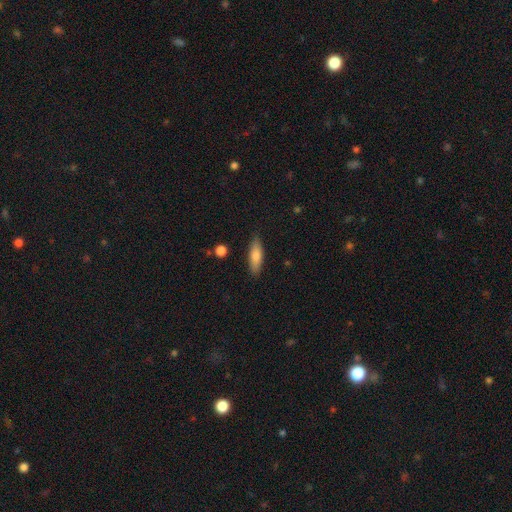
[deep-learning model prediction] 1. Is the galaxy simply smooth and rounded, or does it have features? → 74% smooth, 20% featured or disk, 6% star or artifact.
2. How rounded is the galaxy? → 58% cigar-shaped, 40% in between, 2% round.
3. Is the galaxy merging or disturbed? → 86% none, 10% minor disturbance, 2% major disturbance, 2% merger.